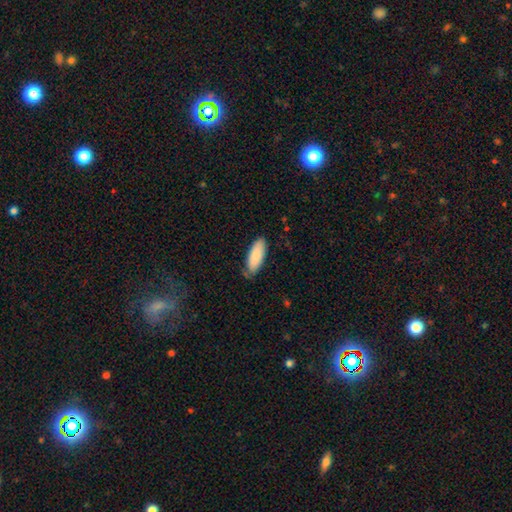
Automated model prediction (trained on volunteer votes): This is clearly a smooth galaxy (88%). How rounded: likely in between (75%). Merging: likely none (73%).